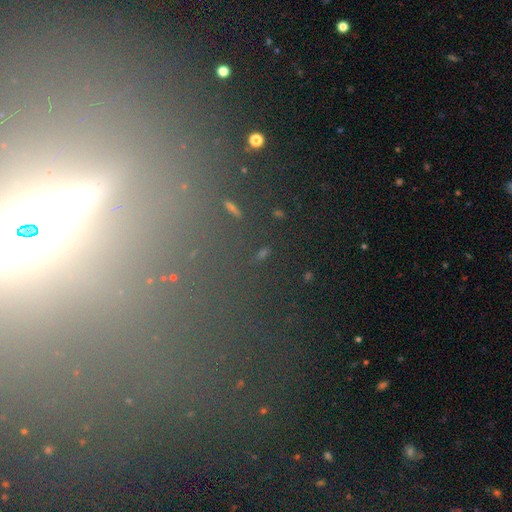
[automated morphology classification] Smooth or featured: star or artifact — 52% (featured or disk — 31%)